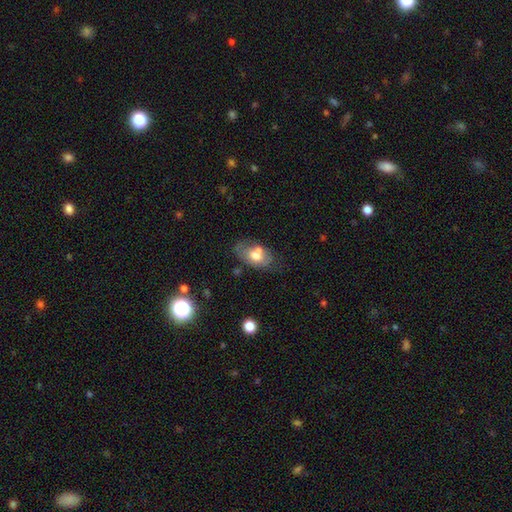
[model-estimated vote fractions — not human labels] A smooth galaxy with no disk features (62%) that is in between round and cigar-shaped (88%).

Vote fractions:
- Smooth or featured? smooth: 62% / featured or disk: 30% / star or artifact: 8%
- How rounded? in between: 88% / round: 10% / cigar-shaped: 2%
- Merging? none: 49% / minor disturbance: 23% / merger: 19% / major disturbance: 9%